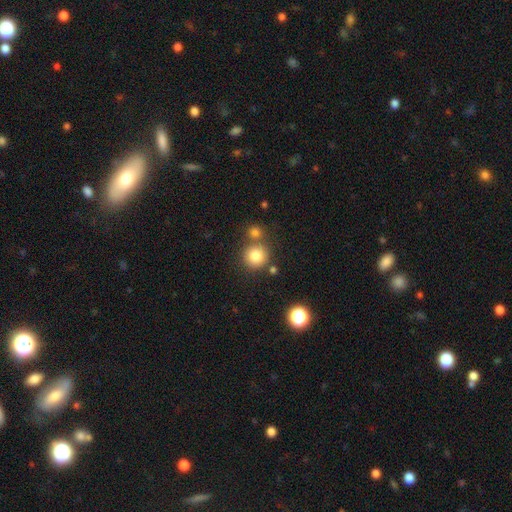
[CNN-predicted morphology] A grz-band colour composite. It shows a smooth galaxy with no disk features (81%) that is round (92%). Merging: none (70%).